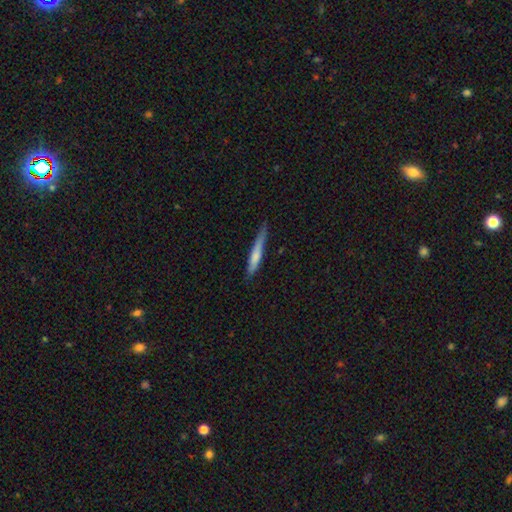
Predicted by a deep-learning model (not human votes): This appears to be a smooth galaxy with no disk features (67%) that is cigar-shaped (93%). Merging: none (69%).